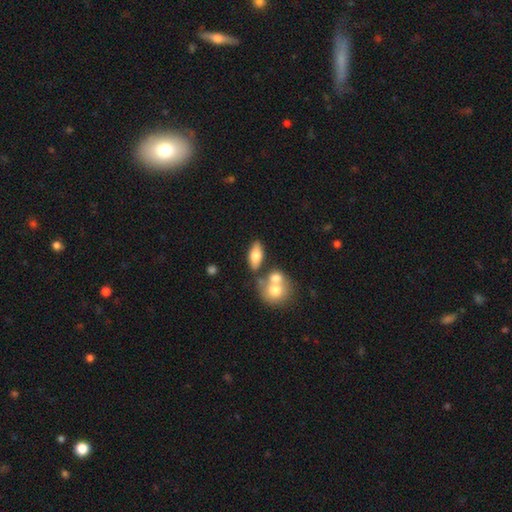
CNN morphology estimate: This is likely a smooth galaxy (68%). How rounded: clearly in between (81%). Merging: likely none (68%).